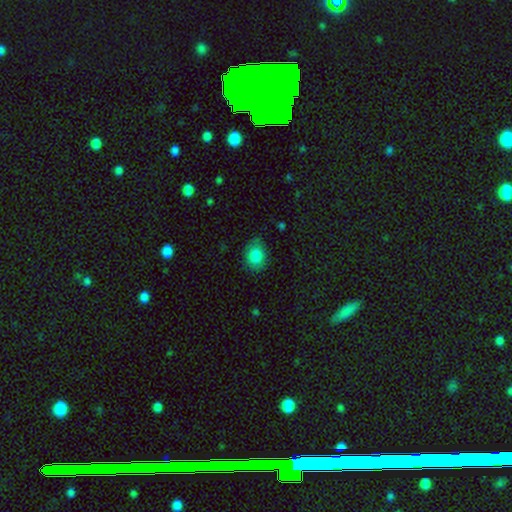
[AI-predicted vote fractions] Smooth or featured?
  - smooth: 84% *
  - star or artifact: 8%
  - featured or disk: 8%
How rounded?
  - in between: 51% *
  - round: 48%
  - cigar-shaped: 1%
Merging?
  - none: 76% *
  - minor disturbance: 19%
  - major disturbance: 4%
  - merger: 1%